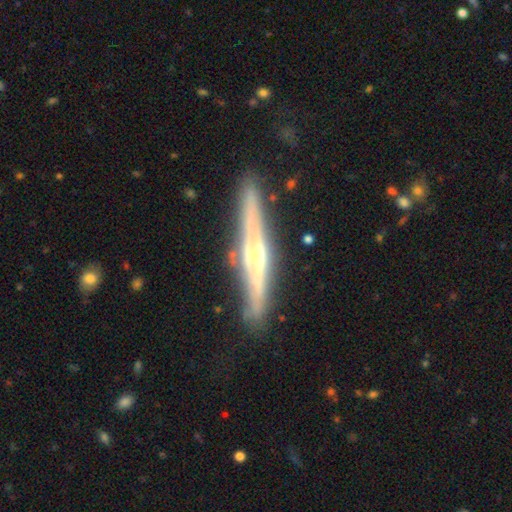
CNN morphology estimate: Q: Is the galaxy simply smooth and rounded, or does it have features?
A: featured or disk — 79%.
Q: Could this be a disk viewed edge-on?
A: yes — 96%.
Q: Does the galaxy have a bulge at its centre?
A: rounded — 60%.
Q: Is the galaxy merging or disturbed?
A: none — 85%.